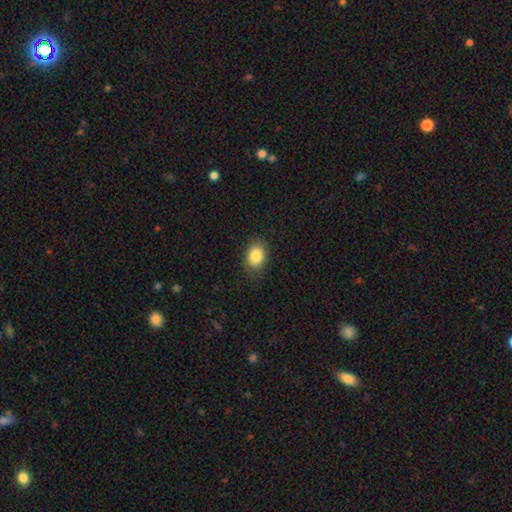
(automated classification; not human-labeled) Q: Smooth or featured?
A: smooth (86%); runner-up: star or artifact (9%)
Q: How rounded?
A: in between (67%); runner-up: round (32%)
Q: Merging?
A: none (84%); runner-up: minor disturbance (12%)